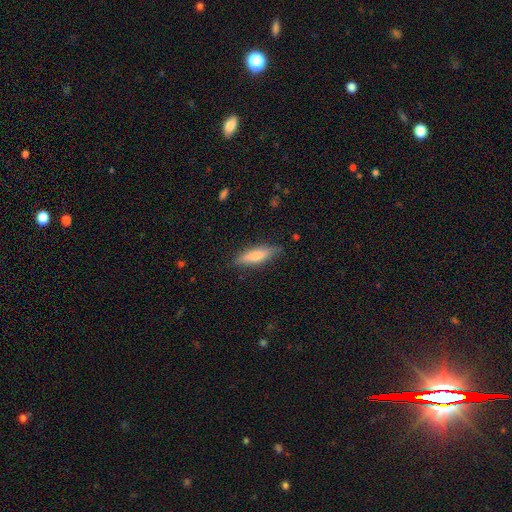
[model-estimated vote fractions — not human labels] This is likely a smooth galaxy (73%). How rounded: likely cigar-shaped (63%). Merging: clearly none (83%).